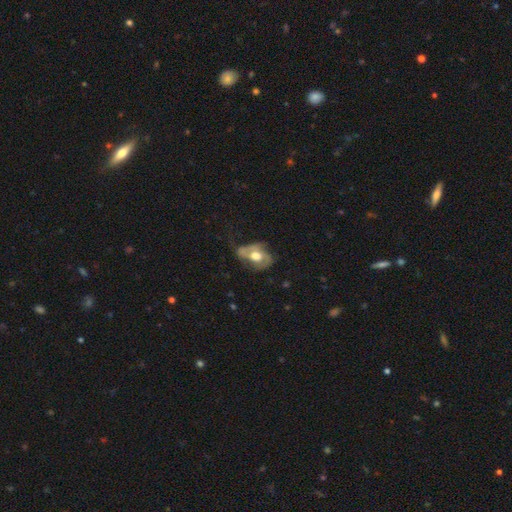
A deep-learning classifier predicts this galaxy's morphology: Smooth or featured? featured or disk (56%)
Edge-on disk? no (93%)
Bar? no (71%)
Spiral arms? yes (58%)
Bulge size? moderate (53%)
Merging? none (35%)